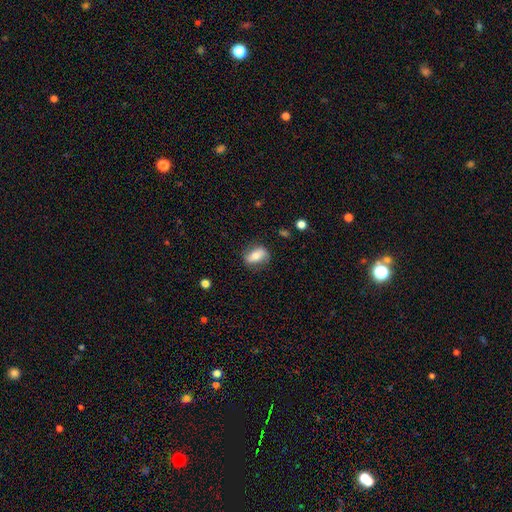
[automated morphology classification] smooth 59%, featured or disk 34%, star or artifact 8%. Down the decision tree: how rounded — in between (78%); merging — none (75%).